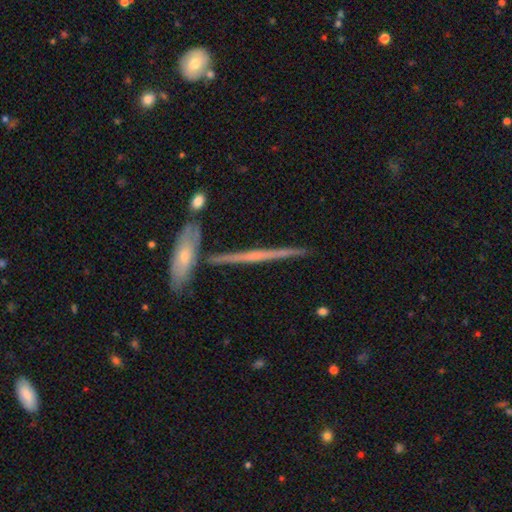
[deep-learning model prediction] The model was most divided on "edge-on bulge": none: 64%, rounded: 28%, boxy: 8%. More confident: edge-on disk — yes (97%); merging — none (83%); smooth or featured — featured or disk (70%).